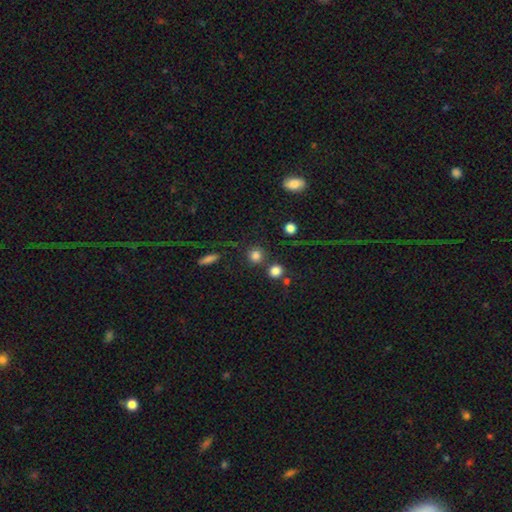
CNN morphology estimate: smooth_or_featured: smooth (p=0.81) [alt: star or artifact p=0.13]
how_rounded: round (p=0.91) [alt: in between p=0.08]
merging: none (p=0.78) [alt: merger p=0.11]